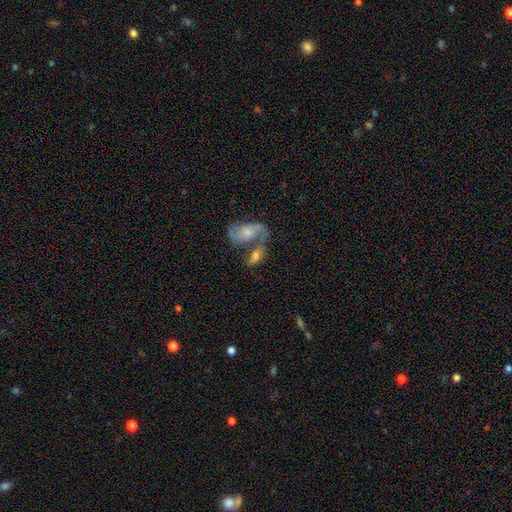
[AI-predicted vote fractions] smooth_or_featured: smooth (p=0.49) [alt: featured or disk p=0.42]
merging: merger (p=0.56) [alt: none p=0.24]